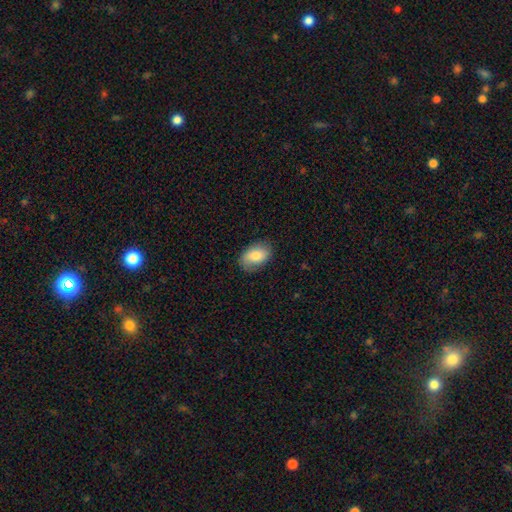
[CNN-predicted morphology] A smooth galaxy with no disk features (77%) that is in between round and cigar-shaped (87%). Merging: none (80%).